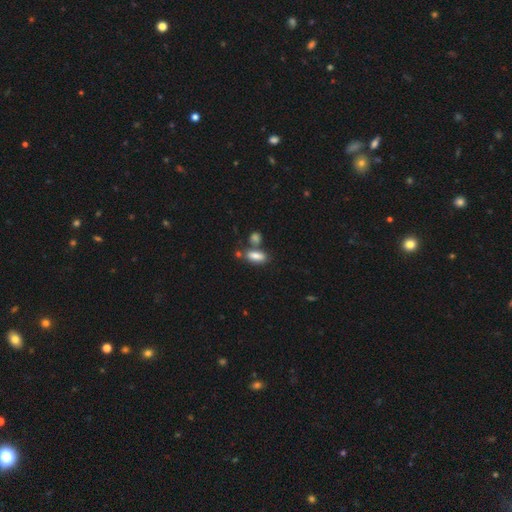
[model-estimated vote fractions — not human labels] Morphology: type=smooth (82%); roundness=in between (81%); merging=none (59%).